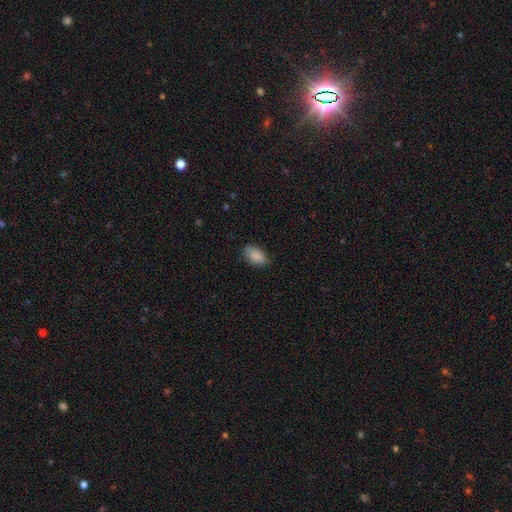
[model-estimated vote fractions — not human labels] A smooth galaxy with no disk features (87%) that is in between round and cigar-shaped (92%). Merging: none (79%).